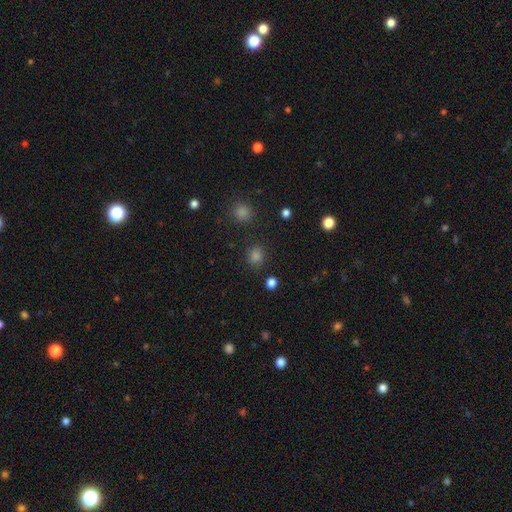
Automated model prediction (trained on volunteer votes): Q: Smooth or featured?
A: smooth (76%); runner-up: star or artifact (20%)
Q: How rounded?
A: round (80%); runner-up: in between (19%)
Q: Merging?
A: none (86%); runner-up: minor disturbance (7%)